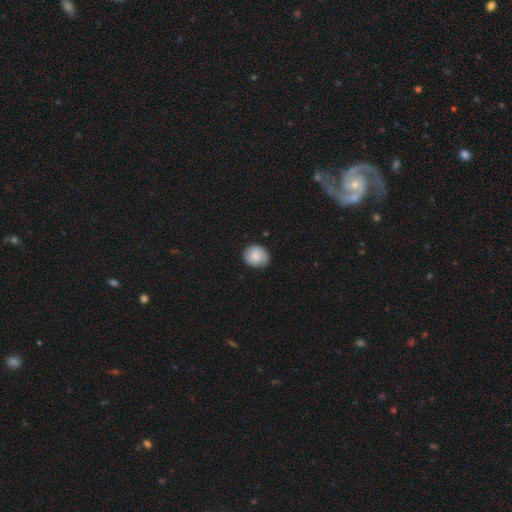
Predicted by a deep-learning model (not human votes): A smooth galaxy with no disk features (81%) that is round (76%). Merging: none (80%).